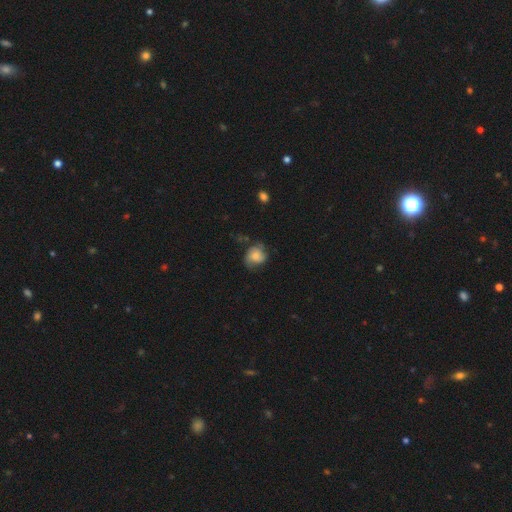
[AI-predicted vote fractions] Q: Smooth or featured?
A: smooth (53%); runner-up: featured or disk (38%)
Q: How rounded?
A: round (63%); runner-up: in between (36%)
Q: Merging?
A: none (55%); runner-up: minor disturbance (29%)